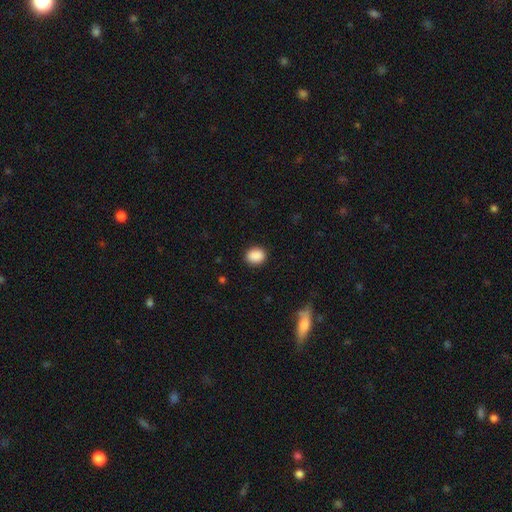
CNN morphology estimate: Overall: smooth (89%). How rounded: round (53%; in between 46%). Merging: none (89%).